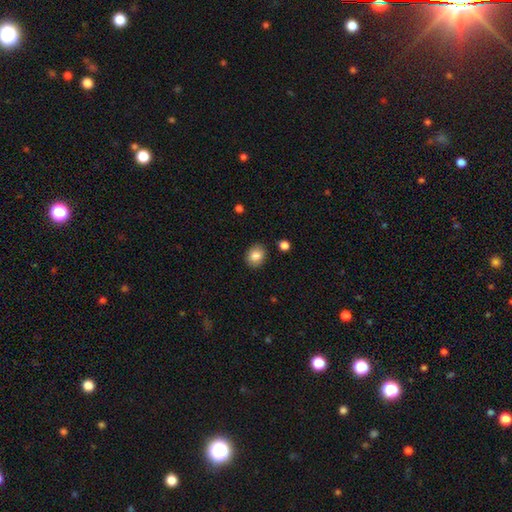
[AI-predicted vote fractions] smooth 85%, star or artifact 8%, featured or disk 7%. Down the decision tree: how rounded — round (52%); merging — none (88%).